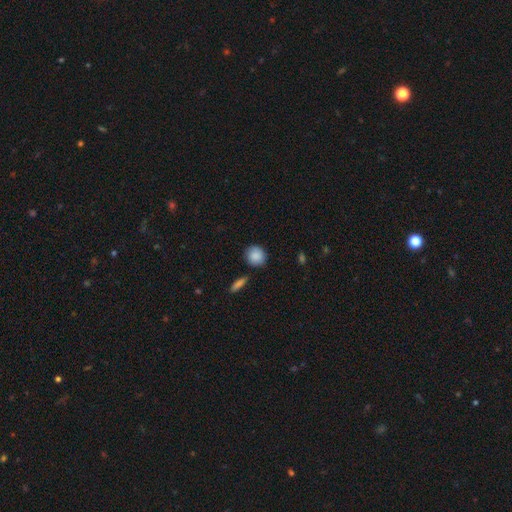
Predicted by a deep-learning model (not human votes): Q: Smooth or featured?
A: smooth (87%); runner-up: star or artifact (7%)
Q: How rounded?
A: round (86%); runner-up: in between (12%)
Q: Merging?
A: none (83%); runner-up: minor disturbance (11%)